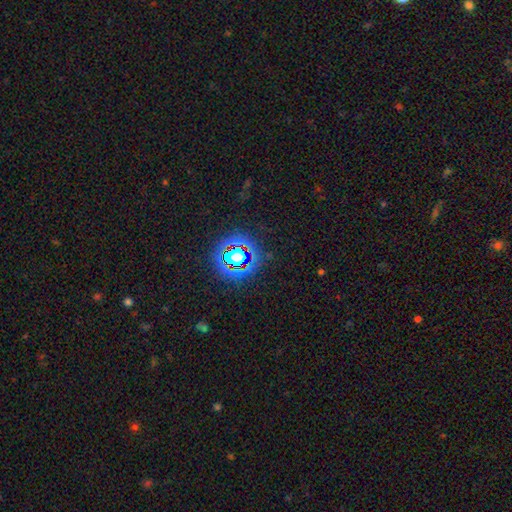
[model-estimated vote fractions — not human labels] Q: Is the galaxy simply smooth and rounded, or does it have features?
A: star or artifact — 80%.